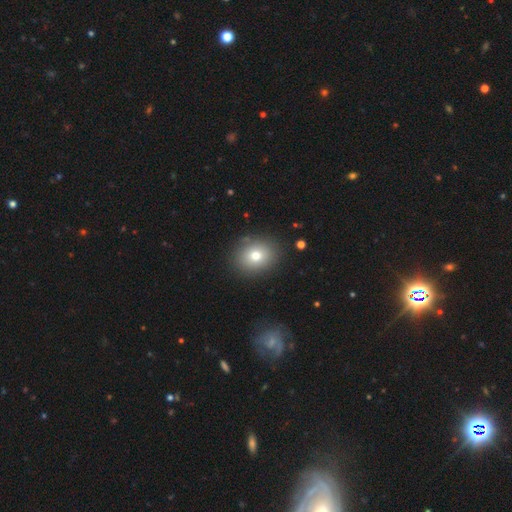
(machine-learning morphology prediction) smooth 76%, featured or disk 13%, star or artifact 12%. Down the decision tree: how rounded — round (60%); merging — none (86%).